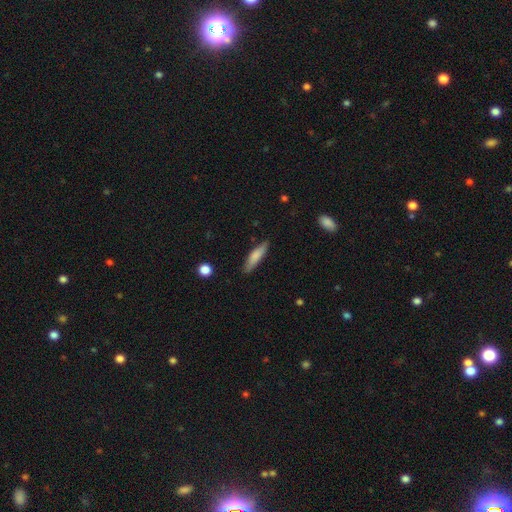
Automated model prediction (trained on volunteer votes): Smooth or featured: smooth — 75% (featured or disk — 19%)
How rounded: cigar-shaped — 76% (in between — 22%)
Merging: none — 83% (minor disturbance — 13%)